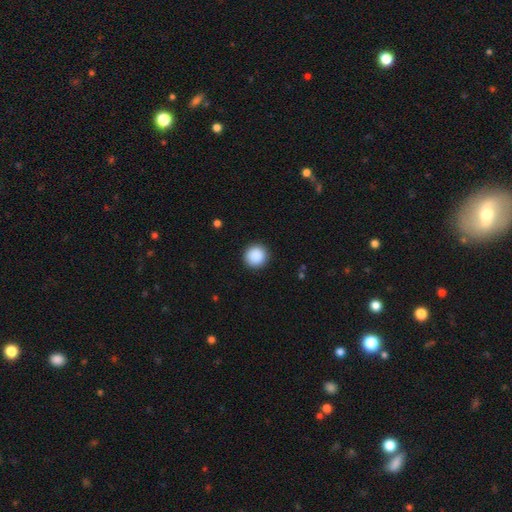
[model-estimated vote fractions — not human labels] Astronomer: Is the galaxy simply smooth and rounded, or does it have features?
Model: smooth — 89%.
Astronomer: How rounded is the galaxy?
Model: round — 96%.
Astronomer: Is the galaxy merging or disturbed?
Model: none — 92%.